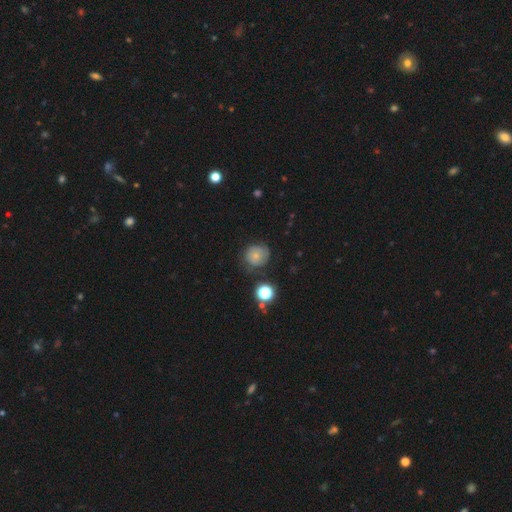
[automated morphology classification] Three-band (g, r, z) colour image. It shows a smooth galaxy with no disk features (64%) that is round (86%). Merging: none (66%).